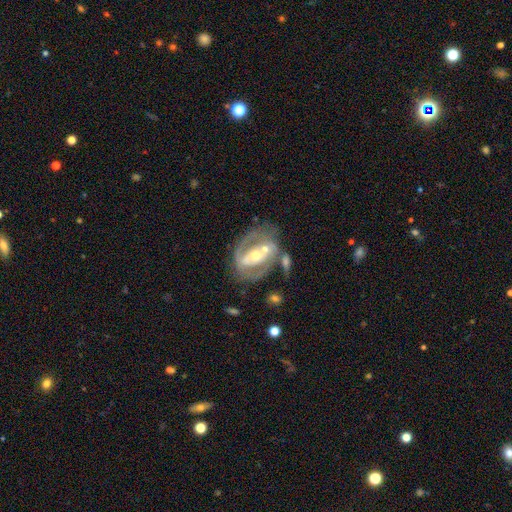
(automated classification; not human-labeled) This is clearly a featured or disk galaxy (81%). It is clearly not viewed edge-on (95%). Bar: marginally strong (42%). Spiral arm pattern: likely yes (71%). Spiral arm count: likely 2 (71%). Spiral winding: marginally medium (43%). Central bulge: possibly moderate (59%). Merging: possibly none (46%).